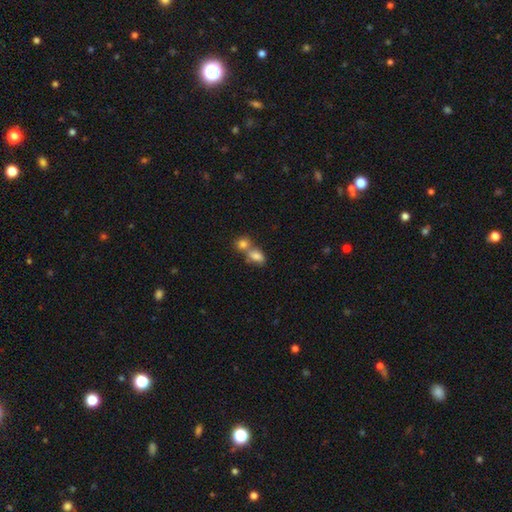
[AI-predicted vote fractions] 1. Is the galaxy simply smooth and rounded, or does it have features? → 80% smooth, 11% featured or disk, 10% star or artifact.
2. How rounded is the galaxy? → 79% in between, 18% round, 3% cigar-shaped.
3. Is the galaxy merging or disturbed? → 59% merger, 29% none, 9% minor disturbance, 4% major disturbance.